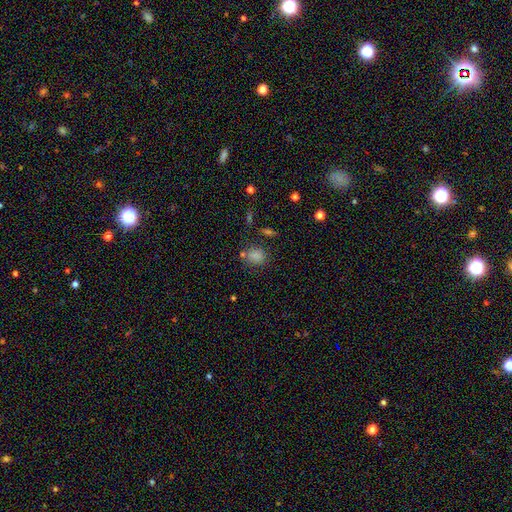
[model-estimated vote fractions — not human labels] Smooth or featured?
  - smooth: 80% *
  - star or artifact: 14%
  - featured or disk: 6%
How rounded?
  - round: 51% *
  - in between: 47%
  - cigar-shaped: 2%
Merging?
  - none: 71% *
  - minor disturbance: 15%
  - merger: 9%
  - major disturbance: 5%